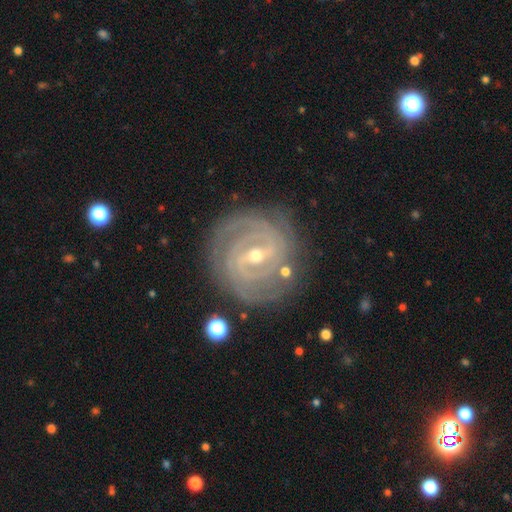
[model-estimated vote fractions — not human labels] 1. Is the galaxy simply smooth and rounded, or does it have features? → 91% featured or disk, 5% star or artifact, 4% smooth.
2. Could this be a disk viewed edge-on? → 96% no, 4% yes.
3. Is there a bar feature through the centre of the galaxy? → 46% strong, 42% weak, 12% no.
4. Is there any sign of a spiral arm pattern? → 97% yes, 3% no.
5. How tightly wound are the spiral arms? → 80% tight, 17% medium, 3% loose.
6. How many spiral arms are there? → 25% 3, 22% 4, 22% 2, 19% can't tell, 7% more than 4, 5% 1.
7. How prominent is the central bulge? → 58% small, 39% moderate, 1% large, 1% none, 1% dominant.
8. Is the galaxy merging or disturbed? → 81% none, 13% minor disturbance, 4% major disturbance, 2% merger.